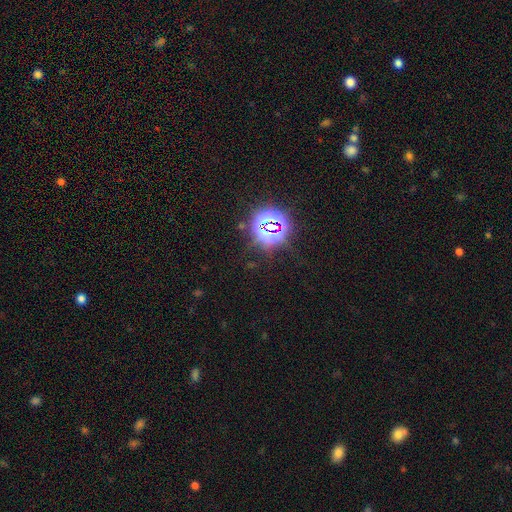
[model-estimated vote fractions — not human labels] This appears to be a star or artifact, not a galaxy (81%).